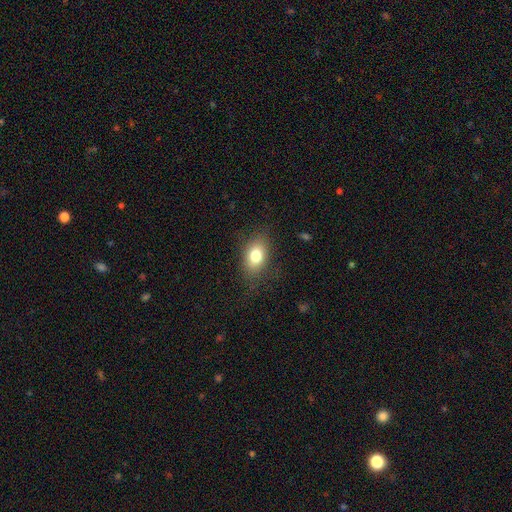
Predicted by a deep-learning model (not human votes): Q: Smooth or featured?
A: smooth (79%); runner-up: featured or disk (12%)
Q: How rounded?
A: in between (82%); runner-up: round (16%)
Q: Merging?
A: none (80%); runner-up: minor disturbance (14%)